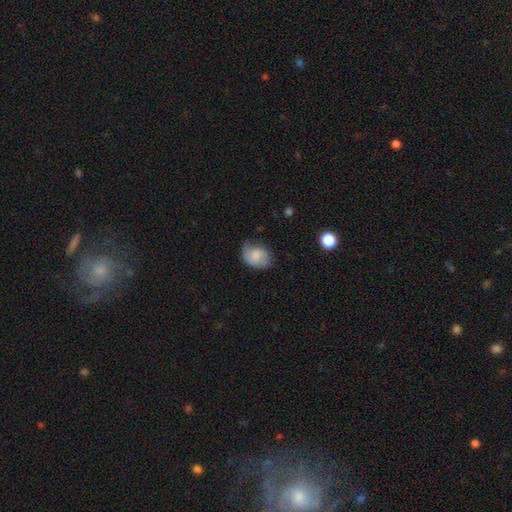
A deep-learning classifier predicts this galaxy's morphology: Smooth or featured: smooth — 70% (featured or disk — 22%)
How rounded: in between — 64% (round — 35%)
Merging: none — 54% (minor disturbance — 34%)